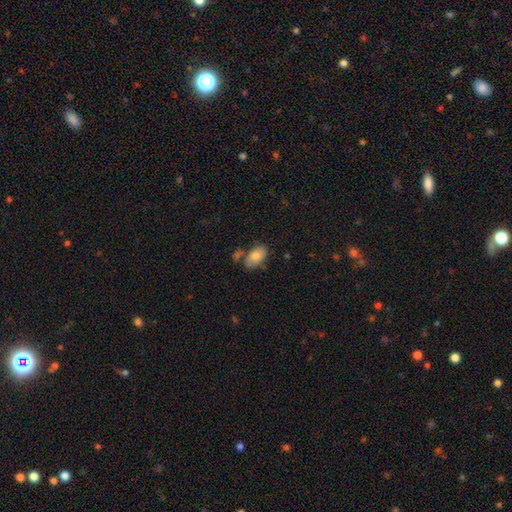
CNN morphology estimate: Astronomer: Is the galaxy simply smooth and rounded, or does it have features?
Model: smooth — 79%.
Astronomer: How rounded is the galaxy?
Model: in between — 92%.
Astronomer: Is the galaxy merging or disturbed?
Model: none — 59%.